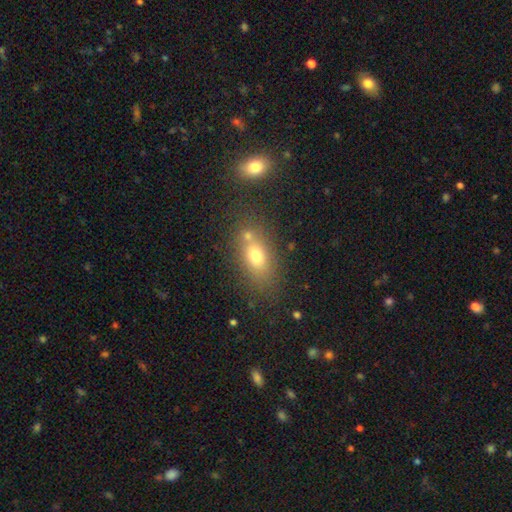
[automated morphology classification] Smooth or featured: smooth — 71% (featured or disk — 17%)
How rounded: in between — 77% (round — 18%)
Merging: none — 61% (merger — 21%)